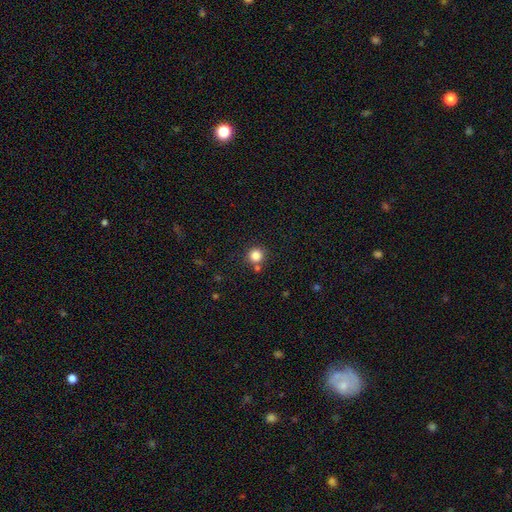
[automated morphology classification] Overall: smooth (84%). How rounded: round (93%). Merging: none (77%).